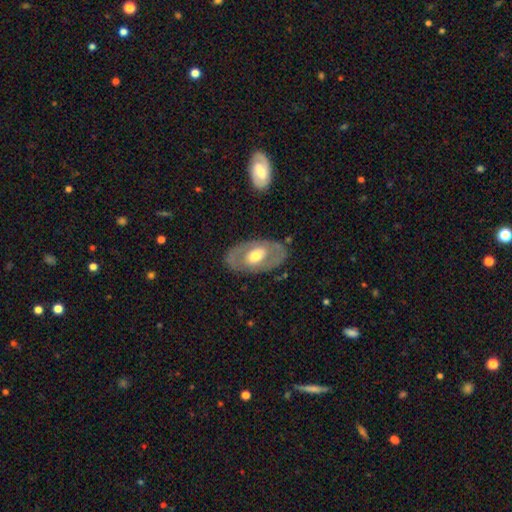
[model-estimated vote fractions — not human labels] Overall: featured or disk (57%; smooth 38%). Edge-on disk: no (90%). Bar: no (64%; weak 25%). Spiral arms: no (75%). Bulge size: moderate (66%). Merging: none (81%).